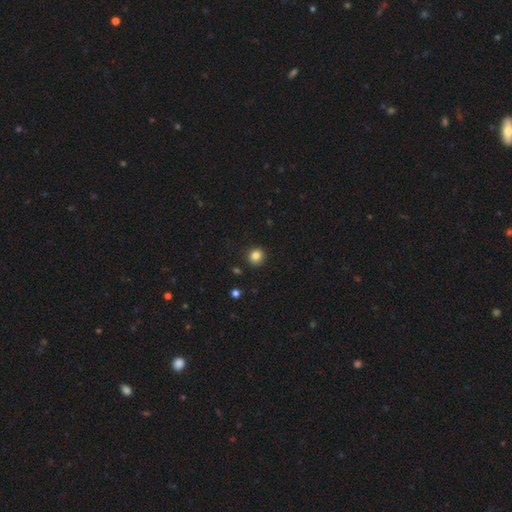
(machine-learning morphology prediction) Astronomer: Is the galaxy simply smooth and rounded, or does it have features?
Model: smooth — 84%.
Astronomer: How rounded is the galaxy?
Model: round — 88%.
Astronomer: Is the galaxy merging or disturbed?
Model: none — 90%.